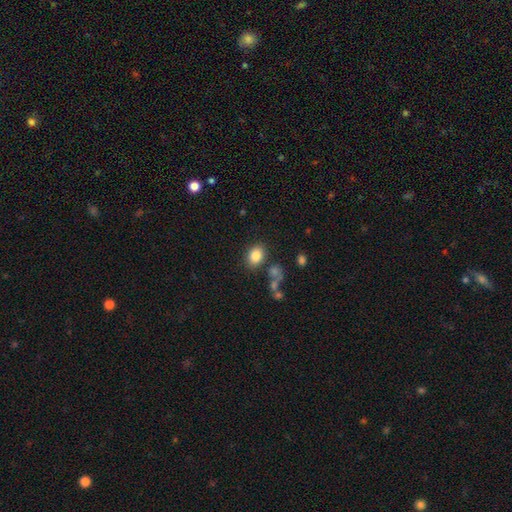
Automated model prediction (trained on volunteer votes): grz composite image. It shows a smooth galaxy with no disk features (83%) that is in between round and cigar-shaped (67%). Merging: none (79%).